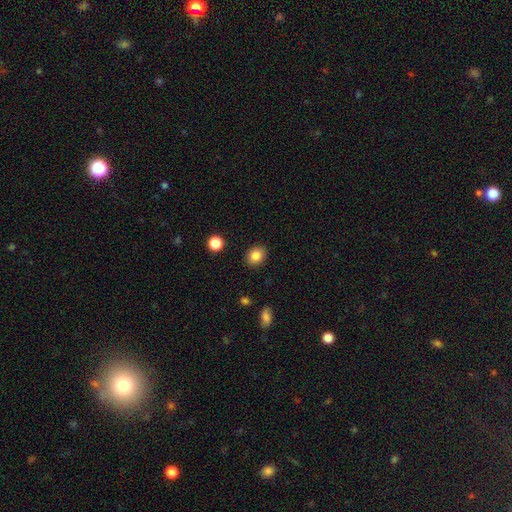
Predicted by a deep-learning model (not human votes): Q: Smooth or featured?
A: smooth (84%); runner-up: star or artifact (9%)
Q: How rounded?
A: round (53%); runner-up: in between (46%)
Q: Merging?
A: none (89%); runner-up: minor disturbance (7%)